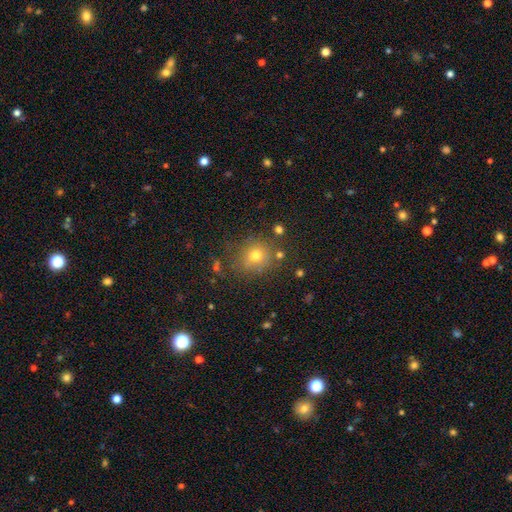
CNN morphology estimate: Q: Smooth or featured?
A: smooth (72%); runner-up: star or artifact (17%)
Q: How rounded?
A: round (85%); runner-up: in between (14%)
Q: Merging?
A: none (77%); runner-up: minor disturbance (13%)